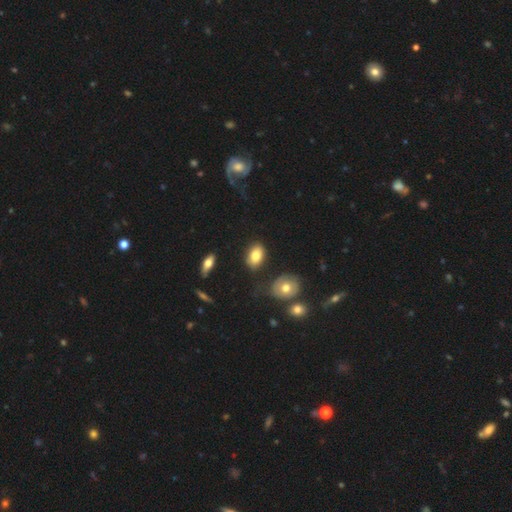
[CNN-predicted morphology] A smooth galaxy with no disk features (80%) that is in between round and cigar-shaped (89%). Merging: none (77%).